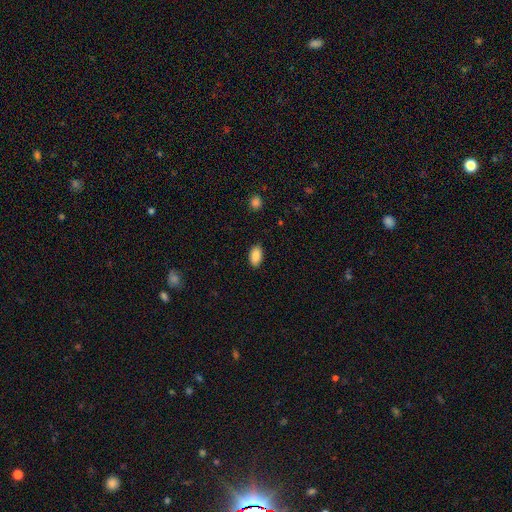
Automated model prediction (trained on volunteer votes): This appears to be a smooth galaxy with no disk features (88%) that is in between round and cigar-shaped (94%). Merging: none (87%).